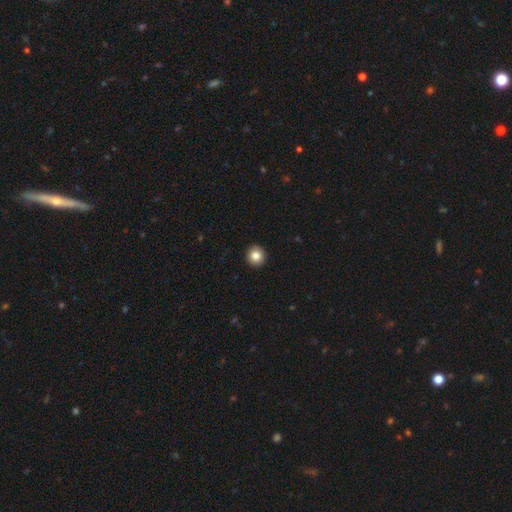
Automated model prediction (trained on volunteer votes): The model was most divided on "smooth or featured": smooth: 84%, star or artifact: 9%, featured or disk: 7%. More confident: merging — none (93%); how rounded — round (93%).